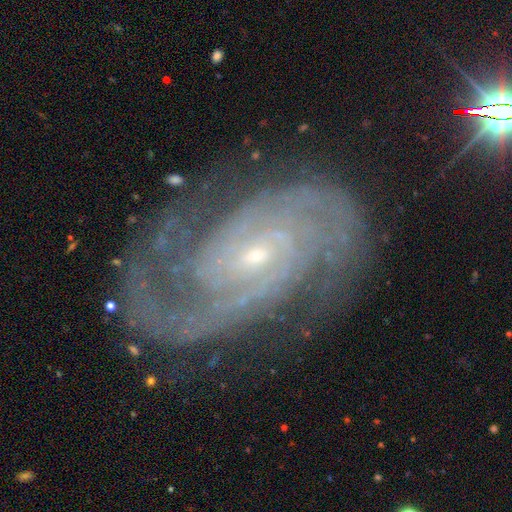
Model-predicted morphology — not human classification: featured or disk 91%, star or artifact 5%, smooth 4%. Down the decision tree: edge-on disk — no (97%); bar — no (46%); spiral arms — yes (98%); spiral arm count — 2 (57%); spiral winding — tight (57%); bulge size — small (78%); merging — none (72%).